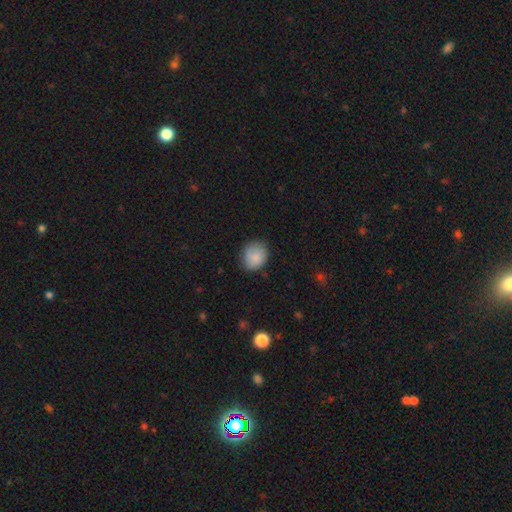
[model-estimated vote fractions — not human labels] A smooth galaxy with no disk features (85%) that is round (66%).

Vote fractions:
- Smooth or featured? smooth: 85% / featured or disk: 8% / star or artifact: 7%
- How rounded? round: 66% / in between: 33% / cigar-shaped: 1%
- Merging? none: 75% / minor disturbance: 20% / major disturbance: 4% / merger: 1%